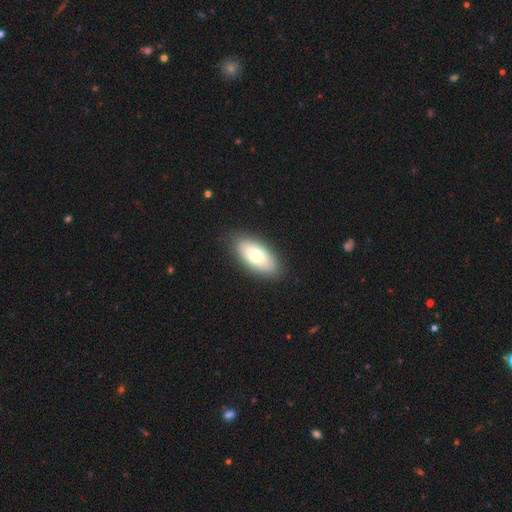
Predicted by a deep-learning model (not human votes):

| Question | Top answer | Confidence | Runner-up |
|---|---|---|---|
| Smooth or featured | smooth | 71% | featured or disk (23%) |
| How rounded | in between | 91% | cigar-shaped (6%) |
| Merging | none | 87% | minor disturbance (10%) |